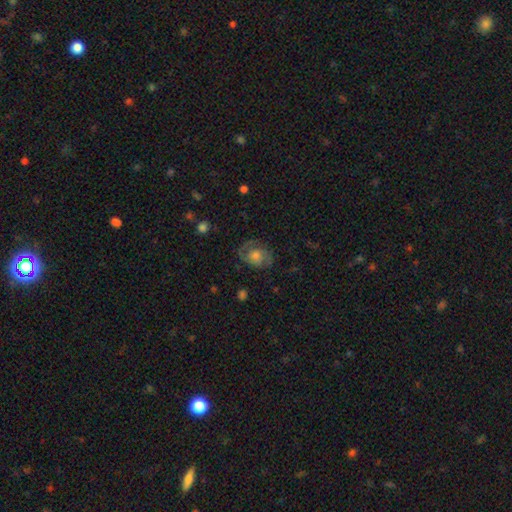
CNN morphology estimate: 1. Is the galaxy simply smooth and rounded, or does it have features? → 61% featured or disk, 29% smooth, 10% star or artifact.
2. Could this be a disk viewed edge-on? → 96% no, 4% yes.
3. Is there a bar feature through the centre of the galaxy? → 74% no, 22% weak, 4% strong.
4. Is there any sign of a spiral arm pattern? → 83% yes, 17% no.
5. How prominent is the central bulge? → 52% moderate, 21% small, 20% large, 5% none, 2% dominant.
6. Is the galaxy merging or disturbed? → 70% none, 18% minor disturbance, 10% major disturbance, 1% merger.